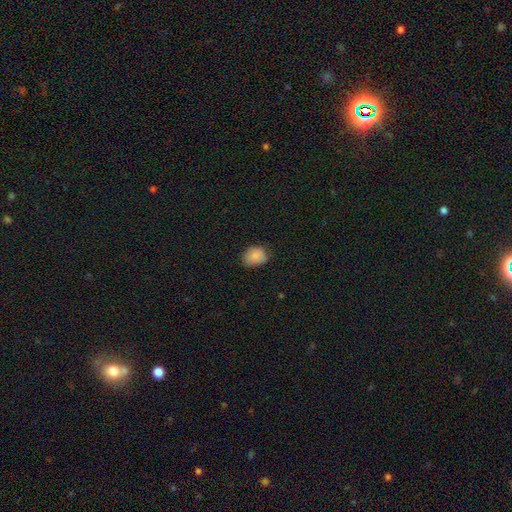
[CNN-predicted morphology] This appears to be a smooth galaxy with no disk features (87%) that is in between round and cigar-shaped (56%). Merging: none (71%).